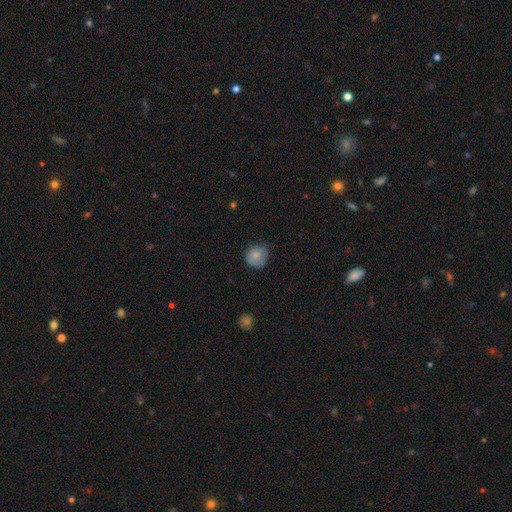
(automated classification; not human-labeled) Smooth or featured?
  - smooth: 75% *
  - featured or disk: 17%
  - star or artifact: 8%
How rounded?
  - round: 84% *
  - in between: 15%
  - cigar-shaped: 1%
Merging?
  - none: 61% *
  - minor disturbance: 30%
  - major disturbance: 8%
  - merger: 1%